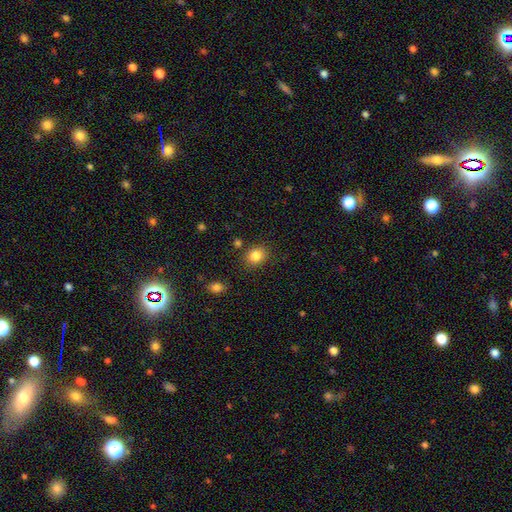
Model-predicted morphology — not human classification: Q: Smooth or featured?
A: smooth (84%); runner-up: star or artifact (10%)
Q: How rounded?
A: round (60%); runner-up: in between (39%)
Q: Merging?
A: none (83%); runner-up: minor disturbance (10%)